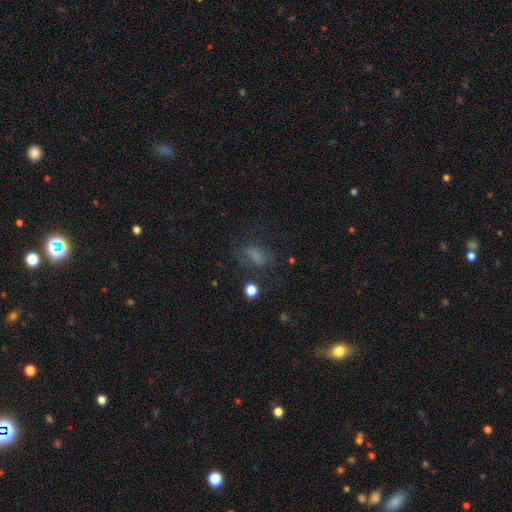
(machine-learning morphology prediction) Q: Smooth or featured?
A: smooth (59%); runner-up: star or artifact (22%)
Q: How rounded?
A: in between (75%); runner-up: round (17%)
Q: Merging?
A: none (56%); runner-up: minor disturbance (21%)